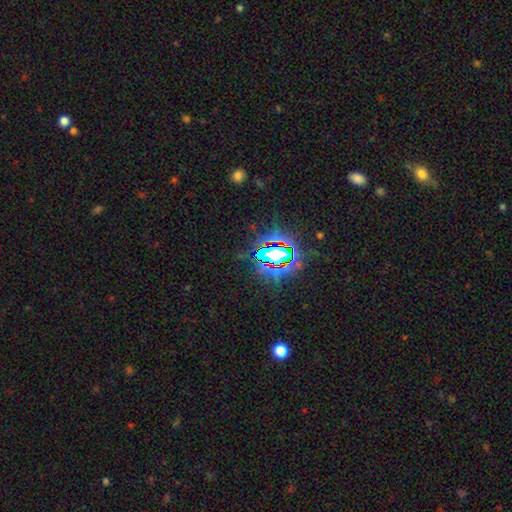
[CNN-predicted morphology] Smooth or featured: star or artifact — 81% (smooth — 12%)